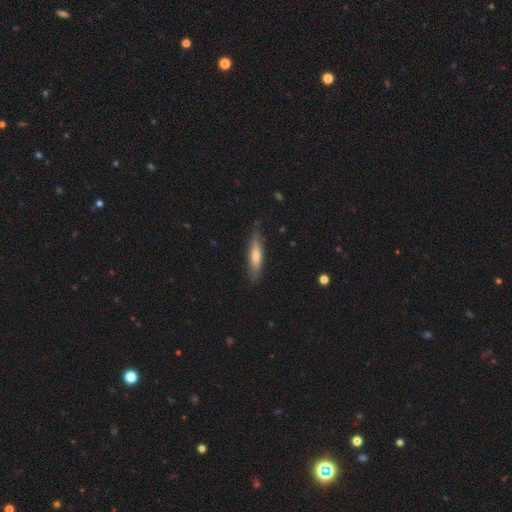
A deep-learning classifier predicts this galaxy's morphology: Q: Smooth or featured?
A: smooth (58%); runner-up: featured or disk (36%)
Q: How rounded?
A: cigar-shaped (79%); runner-up: in between (19%)
Q: Merging?
A: none (81%); runner-up: minor disturbance (15%)